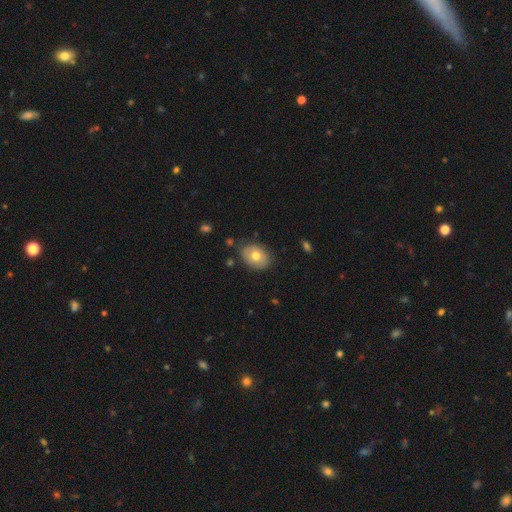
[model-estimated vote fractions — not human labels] The model was most divided on "how rounded": in between: 69%, round: 31%, cigar-shaped: 1%. More confident: merging — none (81%); smooth or featured — smooth (69%).